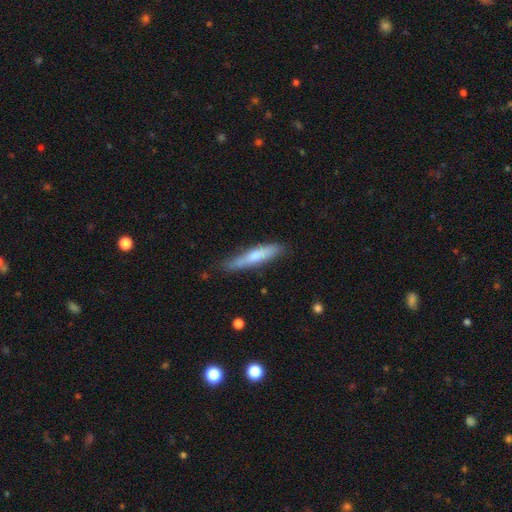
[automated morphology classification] Smooth or featured? Predicted: smooth (p=0.61). How rounded? Predicted: cigar-shaped (p=0.89). Merging? Predicted: none (p=0.75).